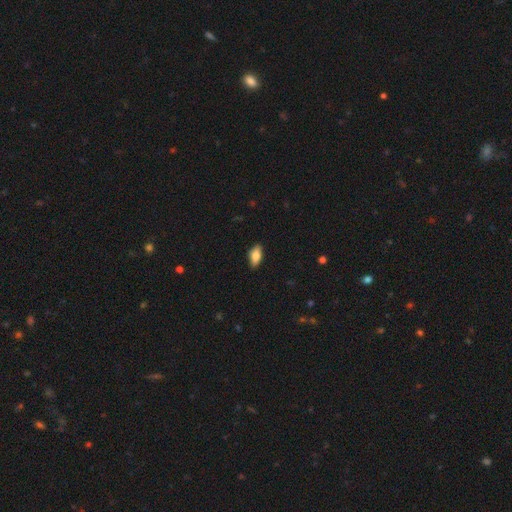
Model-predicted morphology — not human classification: This is likely a smooth galaxy (80%). How rounded: clearly in between (87%). Merging: clearly none (86%).